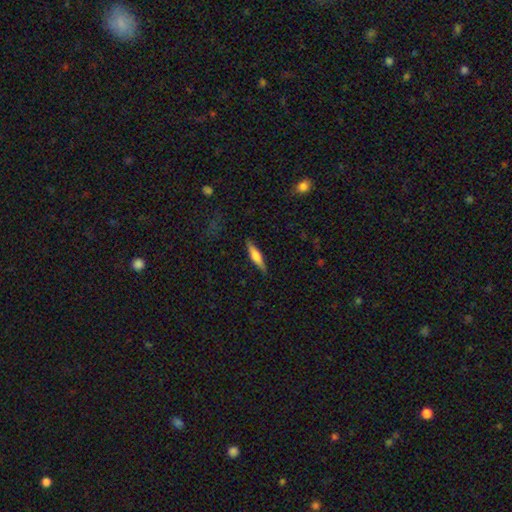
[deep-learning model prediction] Smooth or featured: smooth — 61% (featured or disk — 33%)
How rounded: cigar-shaped — 79% (in between — 19%)
Merging: none — 85% (minor disturbance — 11%)